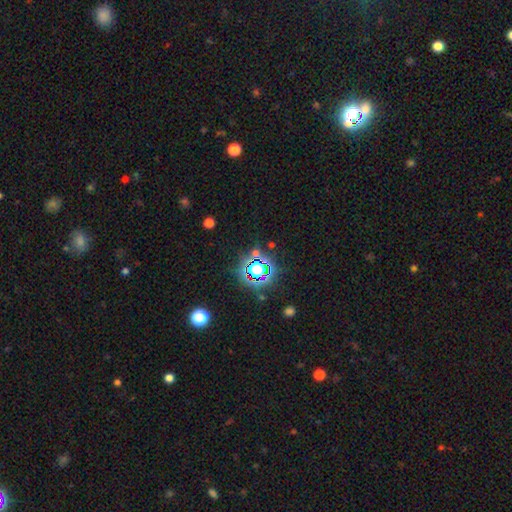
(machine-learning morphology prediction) This appears to be a star or artifact, not a galaxy (76%).